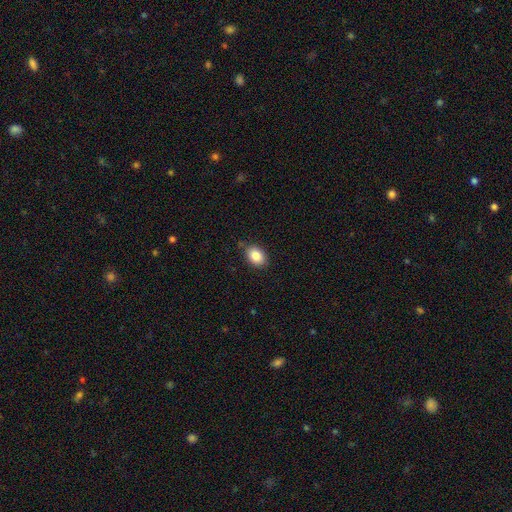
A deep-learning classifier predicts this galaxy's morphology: Smooth or featured?
  - smooth: 86% *
  - star or artifact: 8%
  - featured or disk: 6%
How rounded?
  - in between: 74% *
  - round: 25%
  - cigar-shaped: 1%
Merging?
  - none: 83% *
  - minor disturbance: 13%
  - major disturbance: 3%
  - merger: 2%